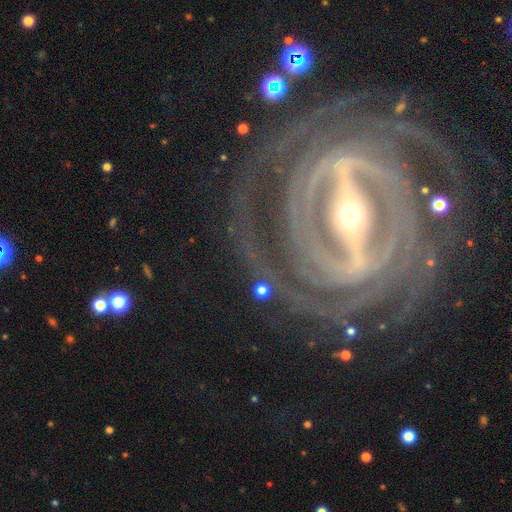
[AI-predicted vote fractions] The model was most divided on "spiral arm count": can't tell: 22%, 2: 20%, 4: 19%, 3: 16%, more than 4: 15%, 1: 8%. More confident: spiral arms — yes (95%); edge-on disk — no (93%); smooth or featured — featured or disk (91%); bar — strong (84%); merging — none (77%); spiral winding — tight (76%); bulge size — small (58%).